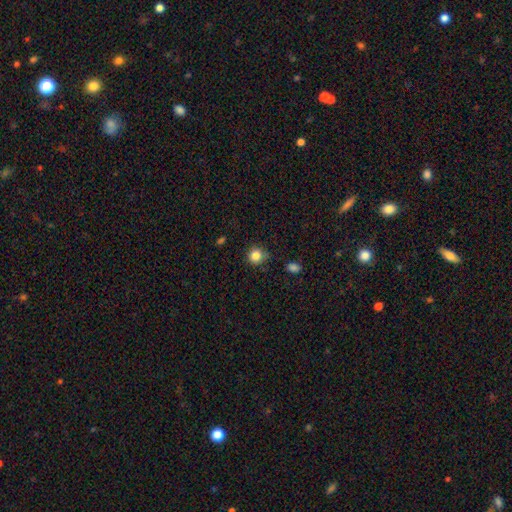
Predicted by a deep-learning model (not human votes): Smooth or featured? Predicted: smooth (p=0.84). How rounded? Predicted: round (p=0.90). Merging? Predicted: none (p=0.78).